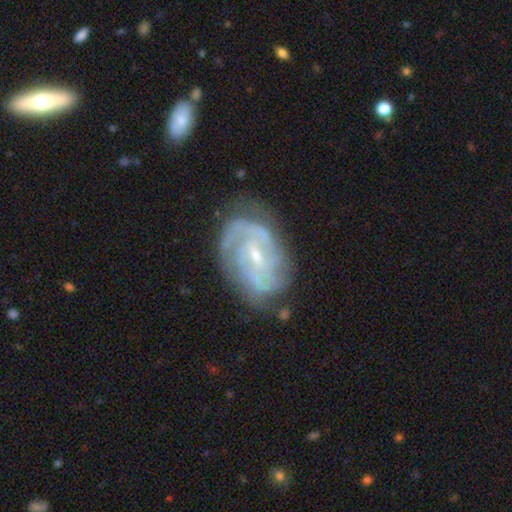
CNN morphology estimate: This is clearly a featured or disk galaxy (89%). It is clearly not viewed edge-on (97%). Bar: possibly weak (48%). Spiral arm pattern: clearly yes (97%). Spiral arm count: marginally 2 (33%). Spiral winding: possibly tight (58%). Central bulge: likely small (68%). Merging: likely none (71%).